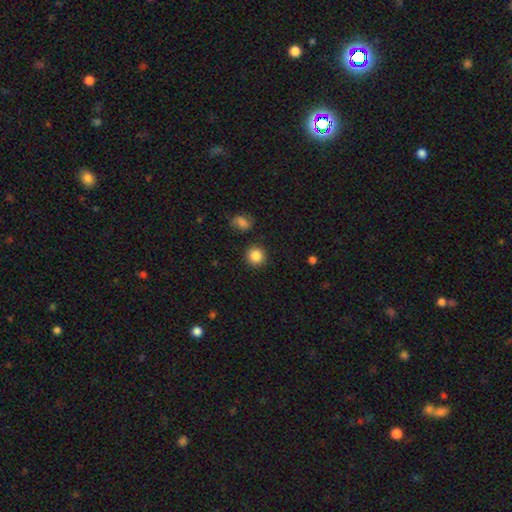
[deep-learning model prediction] This is clearly a smooth galaxy (86%). How rounded: clearly round (92%). Merging: clearly none (89%).